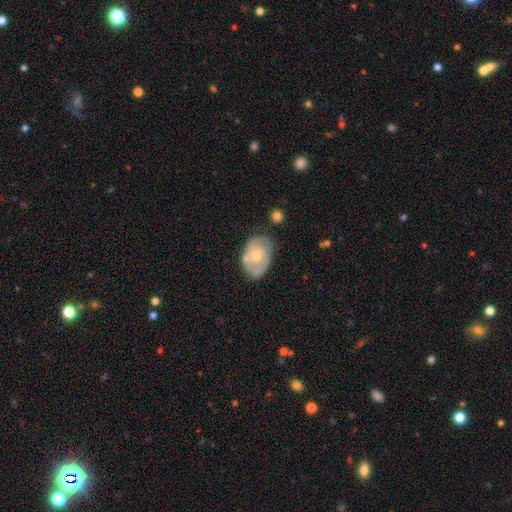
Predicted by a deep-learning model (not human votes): A featured or disk galaxy (65%) with no bar (81%), spiral arms (65%) and a moderate central bulge (49%).

Vote fractions:
- Smooth or featured? featured or disk: 65% / smooth: 30% / star or artifact: 5%
- Edge-on disk? no: 96% / yes: 4%
- Bar? no: 81% / weak: 16% / strong: 3%
- Spiral arms? yes: 65% / no: 35%
- Bulge size? moderate: 49% / small: 46% / large: 3% / none: 2% / dominant: 1%
- Merging? none: 59% / minor disturbance: 26% / major disturbance: 9% / merger: 7%